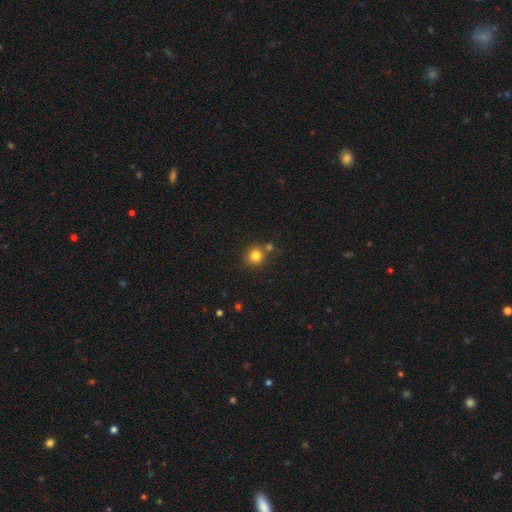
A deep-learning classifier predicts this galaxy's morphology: Overall: smooth (81%). How rounded: round (89%). Merging: none (69%).